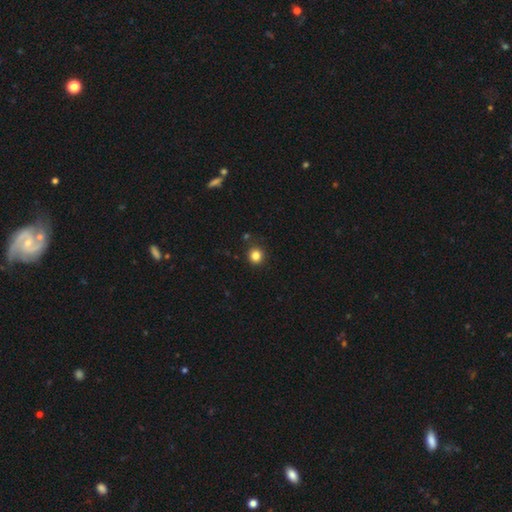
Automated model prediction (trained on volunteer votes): smooth-or-featured: smooth: 84% | star or artifact: 12% | featured or disk: 4%
  how-rounded: round: 89% | in between: 10% | cigar-shaped: 1%
  merging: none: 88% | minor disturbance: 8% | merger: 2% | major disturbance: 2%